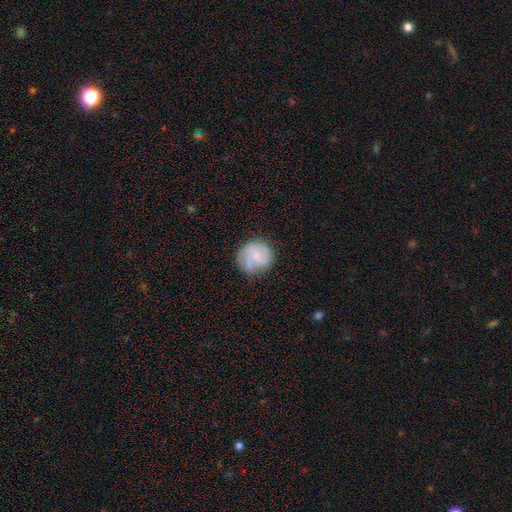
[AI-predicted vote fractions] Smooth or featured? featured or disk (57%)
Edge-on disk? no (98%)
Bar? no (54%)
Spiral arms? yes (84%)
Bulge size? small (63%)
Merging? none (67%)